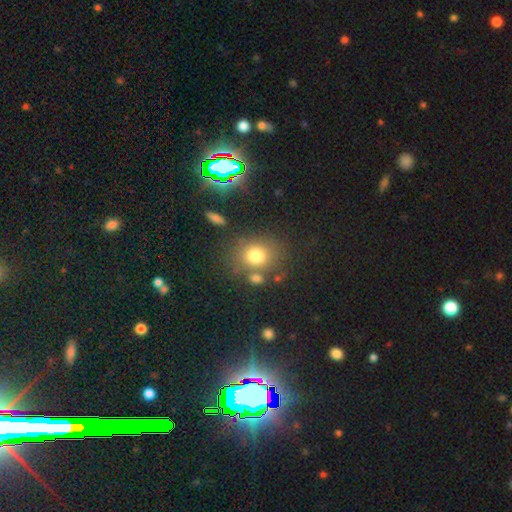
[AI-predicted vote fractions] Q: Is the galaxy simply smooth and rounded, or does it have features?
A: smooth — 76%.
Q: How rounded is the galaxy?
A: round — 69%.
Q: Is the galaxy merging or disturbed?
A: none — 69%.